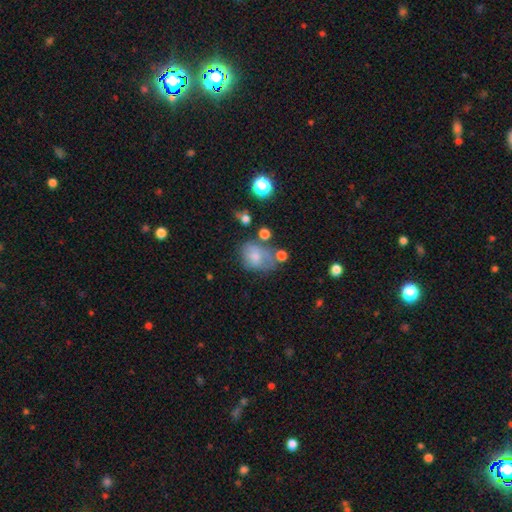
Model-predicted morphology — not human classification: smooth 67%, featured or disk 22%, star or artifact 11%. Down the decision tree: how rounded — in between (63%); merging — none (36%).